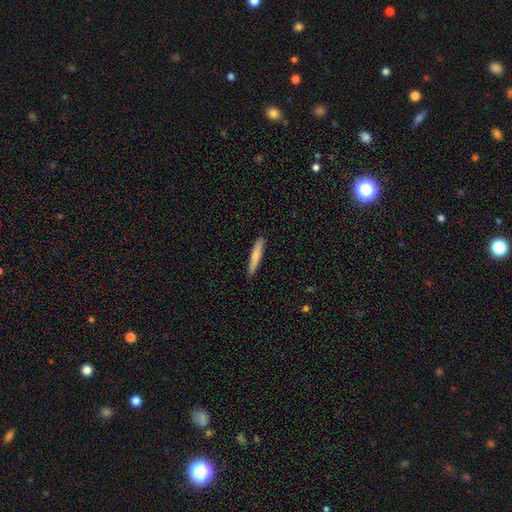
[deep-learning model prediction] Smooth or featured: smooth — 77% (featured or disk — 17%)
How rounded: cigar-shaped — 93% (in between — 6%)
Merging: none — 89% (minor disturbance — 8%)